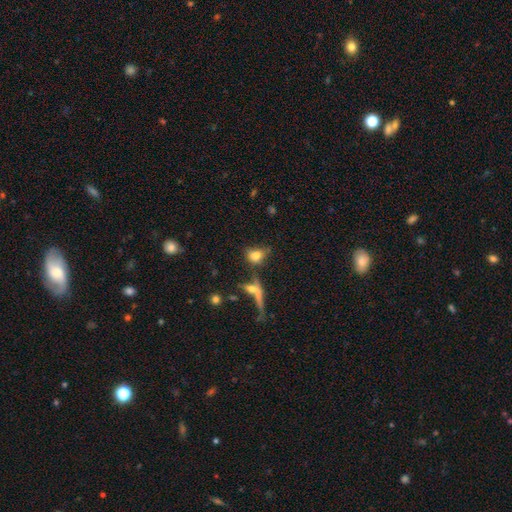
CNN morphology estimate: smooth_or_featured: smooth (p=0.74) [alt: featured or disk p=0.14]
how_rounded: in between (p=0.59) [alt: round p=0.35]
merging: none (p=0.51) [alt: merger p=0.20]